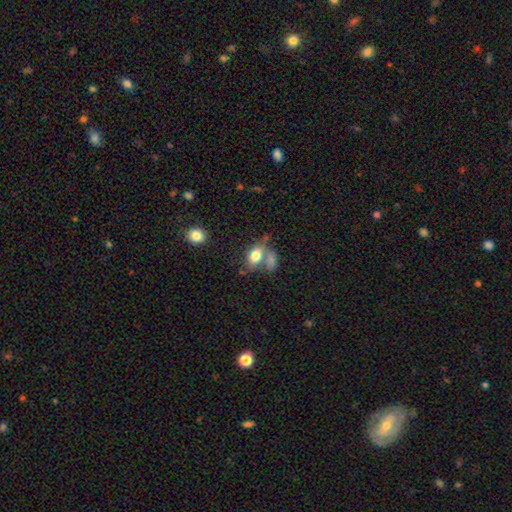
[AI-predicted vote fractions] Morphology: type=smooth (77%); roundness=in between (85%); merging=merger (40%).